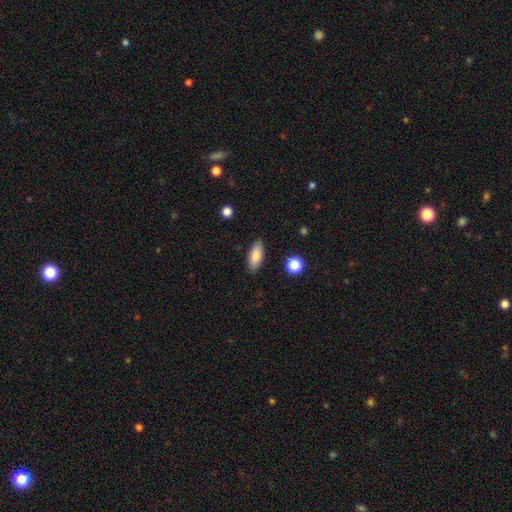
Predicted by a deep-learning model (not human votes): Morphology: type=smooth (82%); roundness=in between (81%); merging=none (86%).